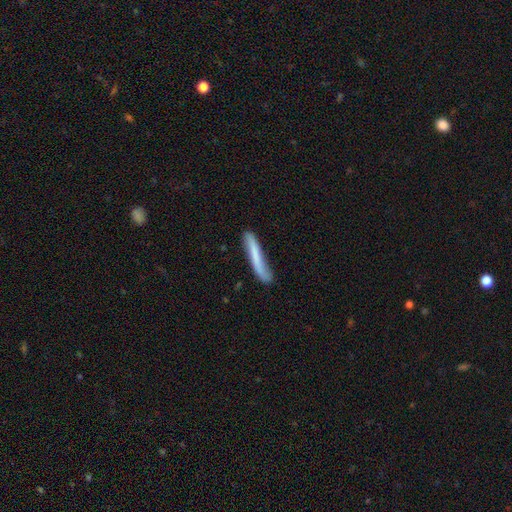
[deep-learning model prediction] smooth-or-featured: smooth: 63% | featured or disk: 31% | star or artifact: 6%
  how-rounded: cigar-shaped: 94% | in between: 5% | round: 1%
  merging: none: 63% | minor disturbance: 26% | major disturbance: 8% | merger: 3%